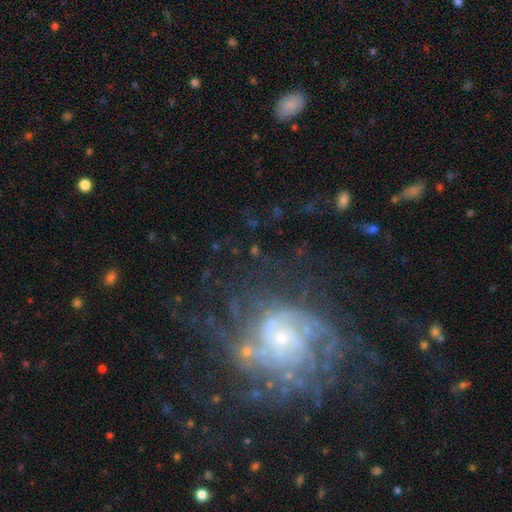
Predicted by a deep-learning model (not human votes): smooth-or-featured: featured or disk: 79% | star or artifact: 11% | smooth: 9%
  disk-edge-on: no: 97% | yes: 3%
    bar: no: 67% | weak: 26% | strong: 7%
    has-spiral-arms: yes: 91% | no: 9%
      spiral-winding: tight: 56% | medium: 32% | loose: 12%
      spiral-arm-count: can't tell: 41% | 2: 16% | 3: 13% | 4: 12% | more than 4: 10% | 1: 7%
    bulge-size: small: 62% | moderate: 28% | none: 5% | large: 4% | dominant: 1%
  merging: none: 62% | major disturbance: 18% | minor disturbance: 17% | merger: 3%